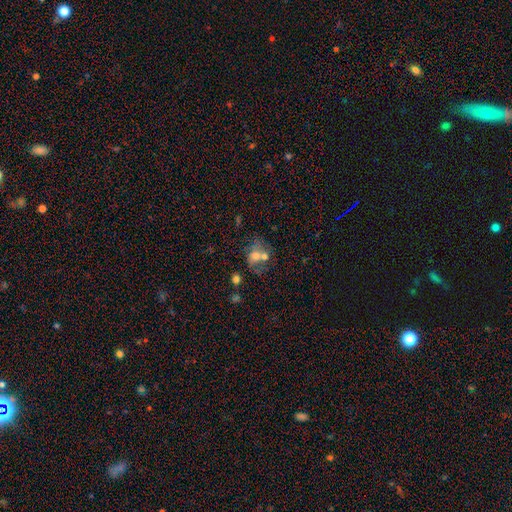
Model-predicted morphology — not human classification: Overall: smooth (53%; featured or disk 33%). How rounded: round (50%; in between 48%). Merging: merger (44%; none 29%).